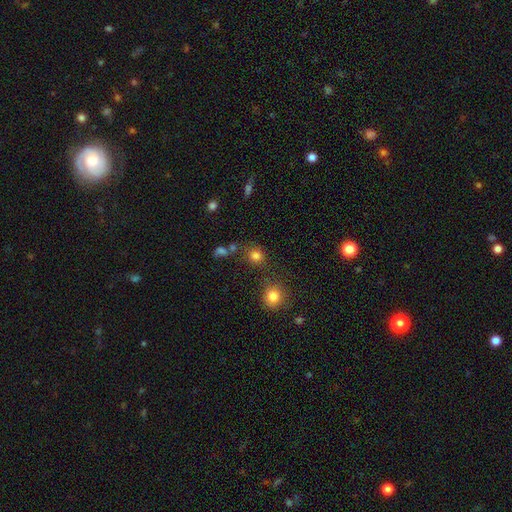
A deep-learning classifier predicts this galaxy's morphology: smooth_or_featured: smooth (p=0.80) [alt: star or artifact p=0.14]
how_rounded: round (p=0.83) [alt: in between p=0.16]
merging: none (p=0.74) [alt: minor disturbance p=0.11]